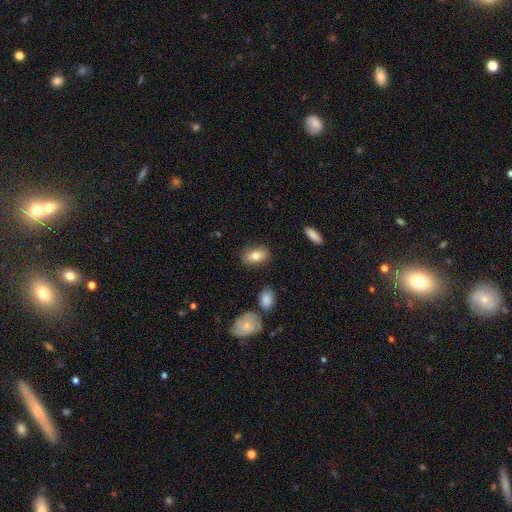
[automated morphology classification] This is likely a smooth galaxy (79%). How rounded: clearly in between (89%). Merging: clearly none (84%).